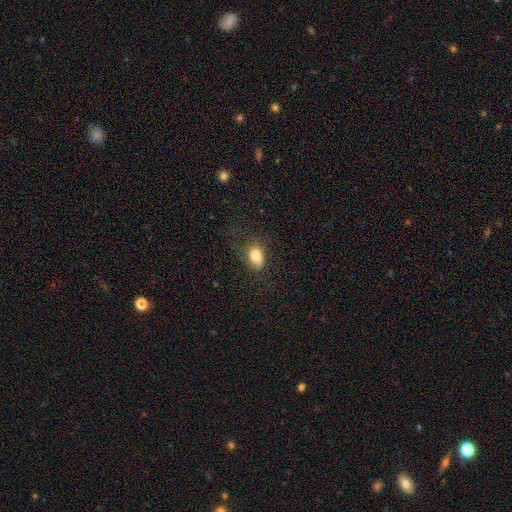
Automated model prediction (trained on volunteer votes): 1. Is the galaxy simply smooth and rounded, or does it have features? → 83% smooth, 9% star or artifact, 8% featured or disk.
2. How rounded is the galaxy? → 82% in between, 16% round, 2% cigar-shaped.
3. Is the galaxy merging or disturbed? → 64% none, 23% minor disturbance, 11% major disturbance, 1% merger.